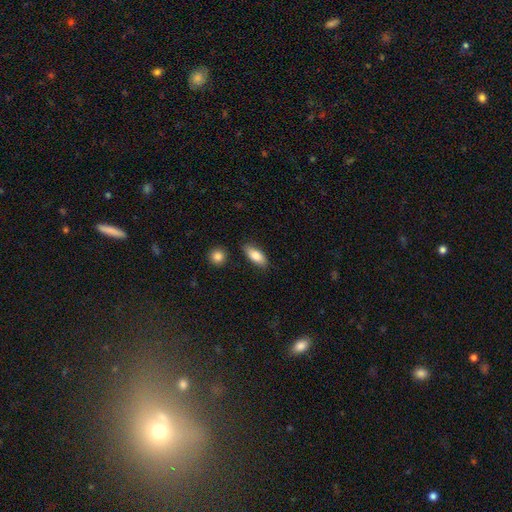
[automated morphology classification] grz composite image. It shows a smooth galaxy with no disk features (83%) that is in between round and cigar-shaped (84%). Merging: none (83%).